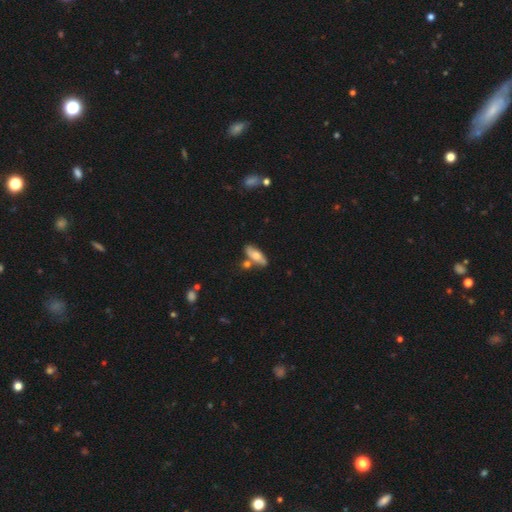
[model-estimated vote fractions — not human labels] Morphology: type=smooth (60%); roundness=in between (74%); merging=none (63%).